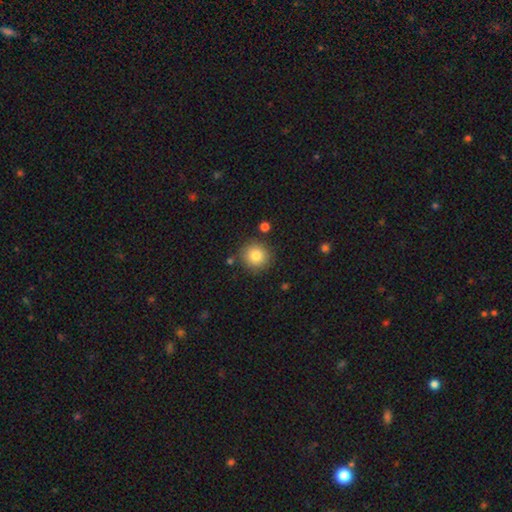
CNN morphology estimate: The model was most divided on "smooth or featured": smooth: 83%, star or artifact: 10%, featured or disk: 7%. More confident: how rounded — round (94%); merging — none (85%).